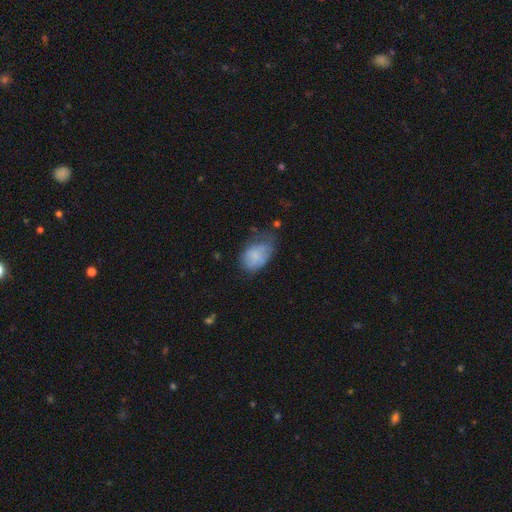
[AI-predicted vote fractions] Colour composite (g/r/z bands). It shows a smooth galaxy with no disk features (75%) that is in between round and cigar-shaped (85%). Merging: minor disturbance (41%).